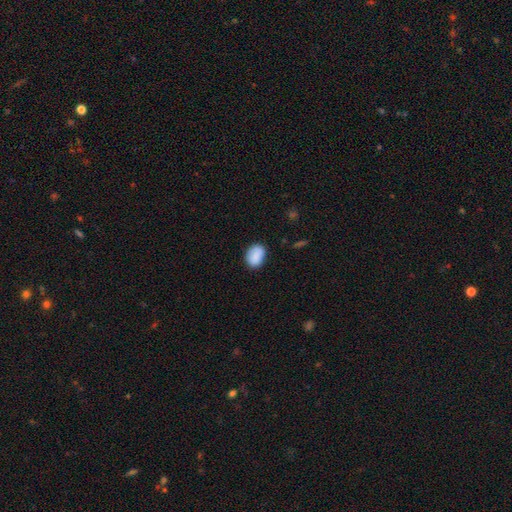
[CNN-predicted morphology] A smooth galaxy with no disk features (87%) that is in between round and cigar-shaped (70%). Merging: none (79%).